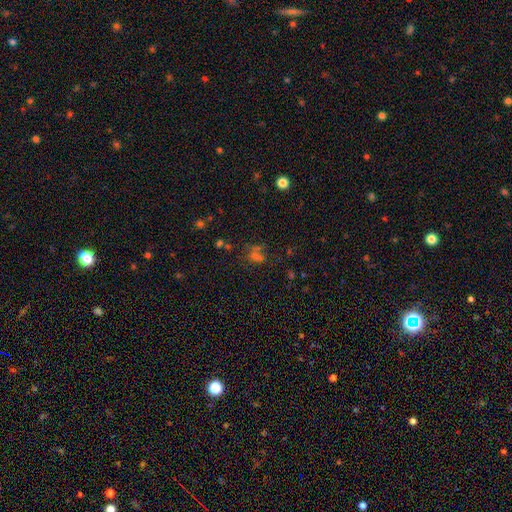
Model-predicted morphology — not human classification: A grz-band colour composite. It shows a star or artifact, not a galaxy (44%).